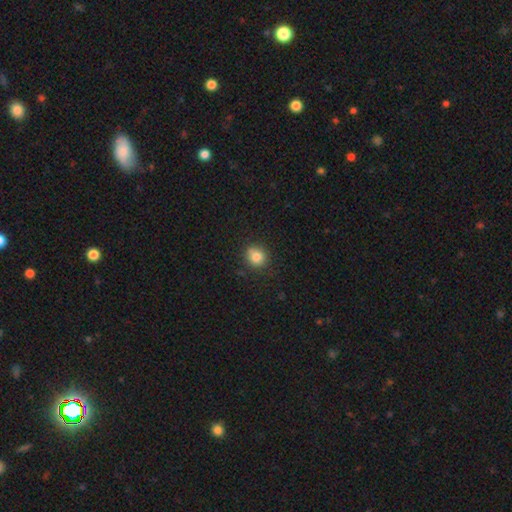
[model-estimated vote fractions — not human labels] Morphology: type=smooth (81%); roundness=round (85%); merging=none (75%).